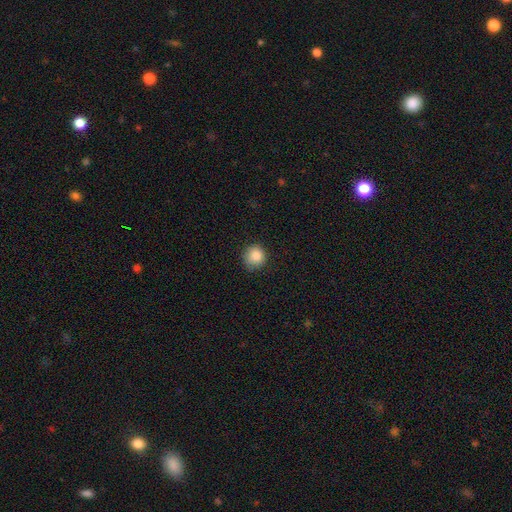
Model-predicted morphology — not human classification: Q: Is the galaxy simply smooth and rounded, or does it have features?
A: smooth — 86%.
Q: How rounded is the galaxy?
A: round — 88%.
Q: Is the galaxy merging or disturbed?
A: none — 77%.